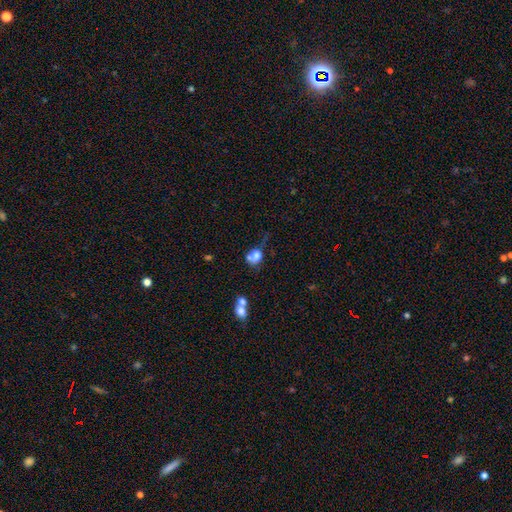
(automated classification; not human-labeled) Morphology: type=smooth (74%); roundness=round (66%); merging=merger (33%).